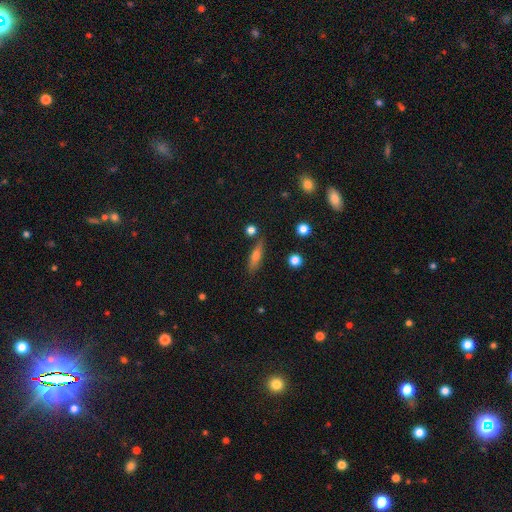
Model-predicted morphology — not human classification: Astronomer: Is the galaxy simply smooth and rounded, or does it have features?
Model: smooth — 57% (runner-up: featured or disk, 34%).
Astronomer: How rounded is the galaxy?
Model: cigar-shaped — 66%.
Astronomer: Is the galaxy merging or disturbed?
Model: none — 79%.